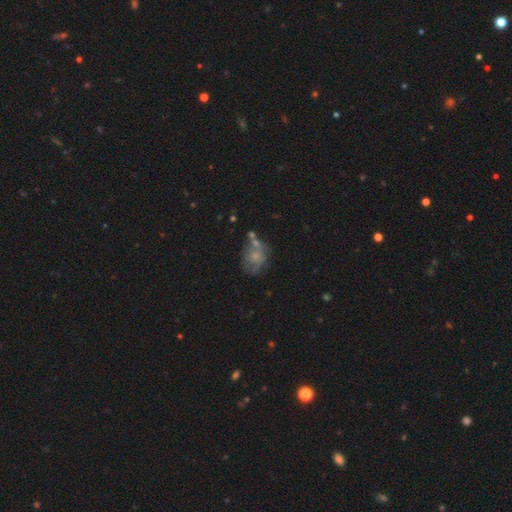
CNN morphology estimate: Q: Smooth or featured?
A: smooth (51%); runner-up: featured or disk (37%)
Q: How rounded?
A: in between (53%); runner-up: round (46%)
Q: Merging?
A: none (39%); runner-up: minor disturbance (25%)